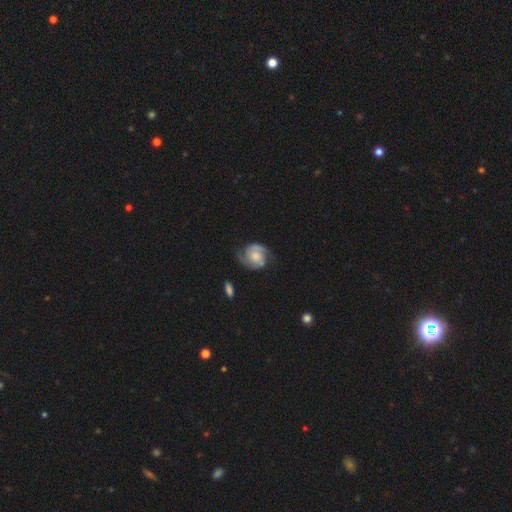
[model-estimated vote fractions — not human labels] Smooth or featured: featured or disk — 83% (smooth — 12%)
Edge-on disk: no — 98% (yes — 2%)
Bar: no — 61% (weak — 32%)
Spiral arms: yes — 97% (no — 3%)
Spiral winding: medium — 45% (tight — 42%)
Spiral arm count: 2 — 87% (can't tell — 5%)
Bulge size: moderate — 41% (small — 24%)
Merging: none — 70% (minor disturbance — 20%)